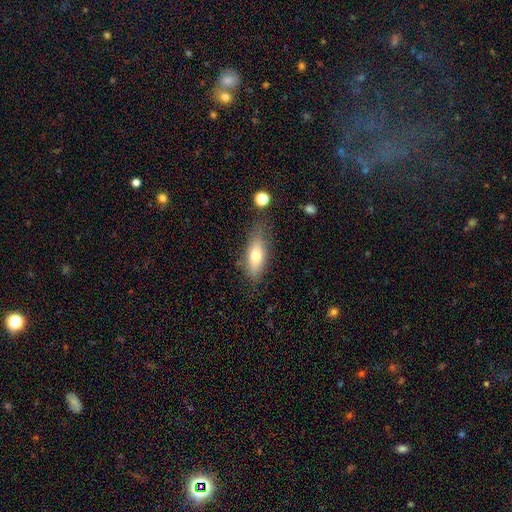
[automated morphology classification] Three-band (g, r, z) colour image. It shows a smooth galaxy with no disk features (67%) that is in between round and cigar-shaped (61%). Merging: none (73%).